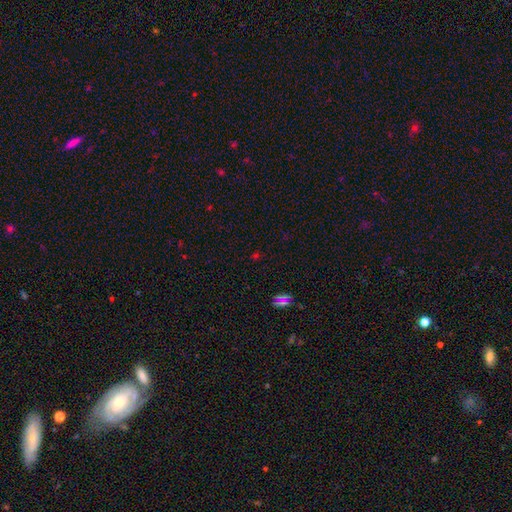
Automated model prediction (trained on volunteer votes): Morphology: type=star or artifact (60%).